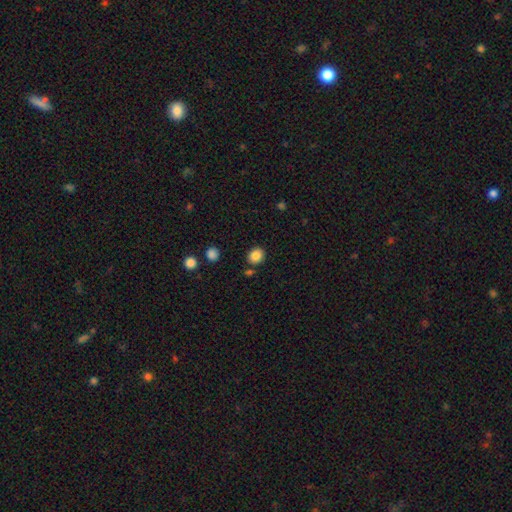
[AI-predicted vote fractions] Q: Smooth or featured?
A: smooth (85%); runner-up: star or artifact (10%)
Q: How rounded?
A: round (71%); runner-up: in between (28%)
Q: Merging?
A: none (82%); runner-up: minor disturbance (9%)